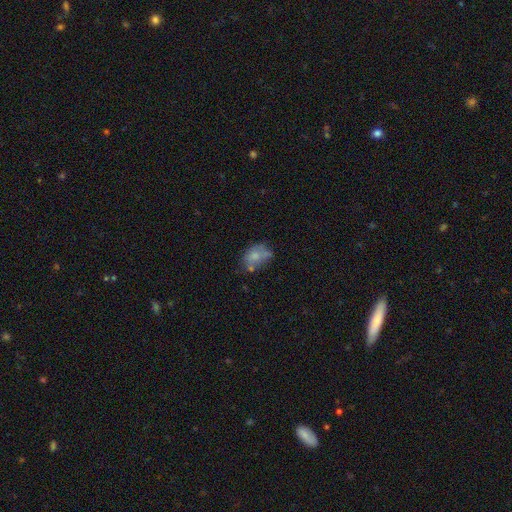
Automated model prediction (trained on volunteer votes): A smooth galaxy with no disk features (63%) that is in between round and cigar-shaped (76%).

Vote fractions:
- Smooth or featured? smooth: 63% / featured or disk: 26% / star or artifact: 11%
- How rounded? in between: 76% / round: 22% / cigar-shaped: 2%
- Merging? none: 39% / minor disturbance: 27% / merger: 18% / major disturbance: 16%